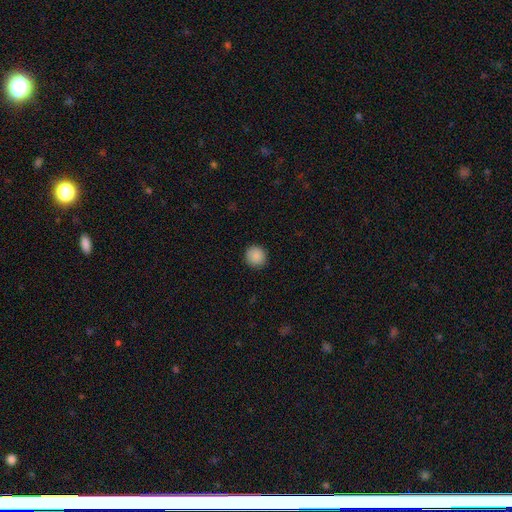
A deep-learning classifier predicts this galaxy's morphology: This appears to be a smooth galaxy with no disk features (89%) that is round (92%). Merging: none (90%).